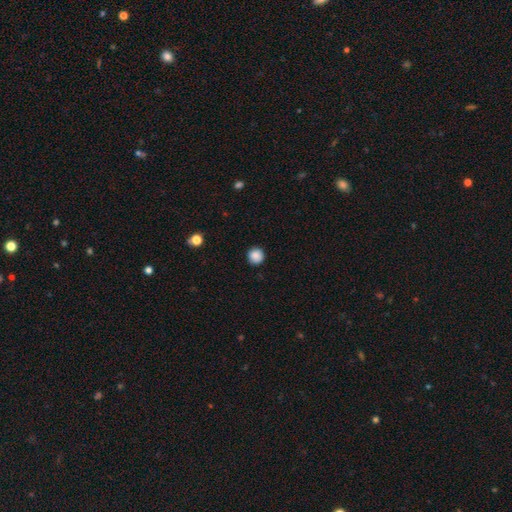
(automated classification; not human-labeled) Morphology: type=smooth (87%); roundness=round (95%); merging=none (91%).